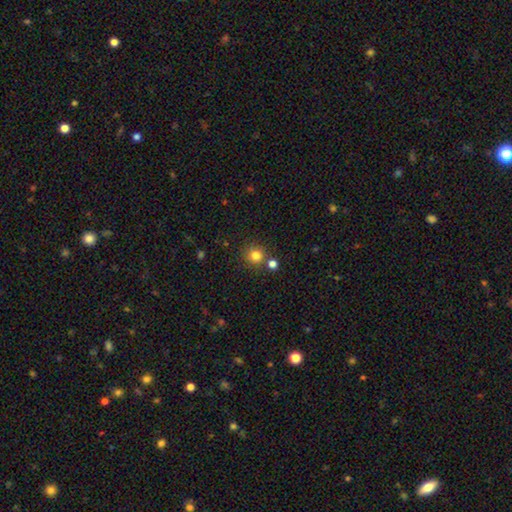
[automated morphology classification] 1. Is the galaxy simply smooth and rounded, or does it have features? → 81% smooth, 13% star or artifact, 6% featured or disk.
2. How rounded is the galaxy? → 91% round, 8% in between, 1% cigar-shaped.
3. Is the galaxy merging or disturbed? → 77% none, 13% merger, 8% minor disturbance, 3% major disturbance.